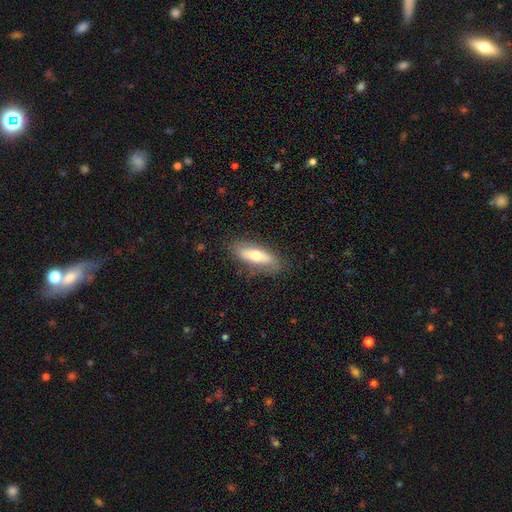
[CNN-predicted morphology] This is possibly a smooth galaxy (55%). How rounded: likely in between (63%). Merging: likely none (78%).